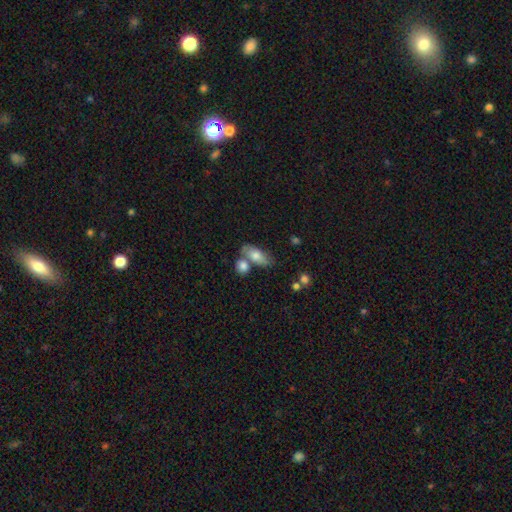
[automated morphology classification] Q: Smooth or featured?
A: smooth (73%); runner-up: featured or disk (20%)
Q: How rounded?
A: in between (84%); runner-up: cigar-shaped (10%)
Q: Merging?
A: none (50%); runner-up: merger (31%)